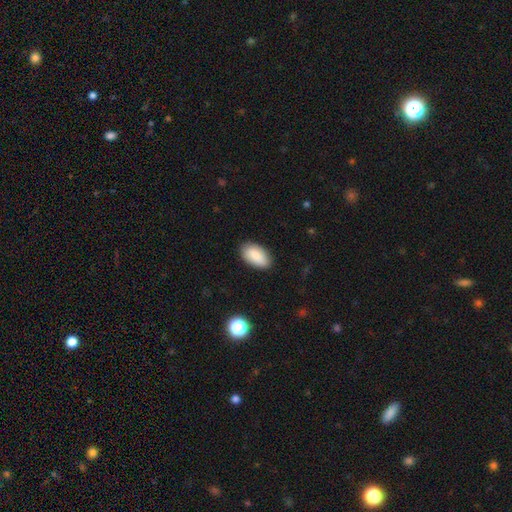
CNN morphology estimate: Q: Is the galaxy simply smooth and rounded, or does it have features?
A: smooth — 88%.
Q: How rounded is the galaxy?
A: in between — 94%.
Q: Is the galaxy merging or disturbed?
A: none — 86%.